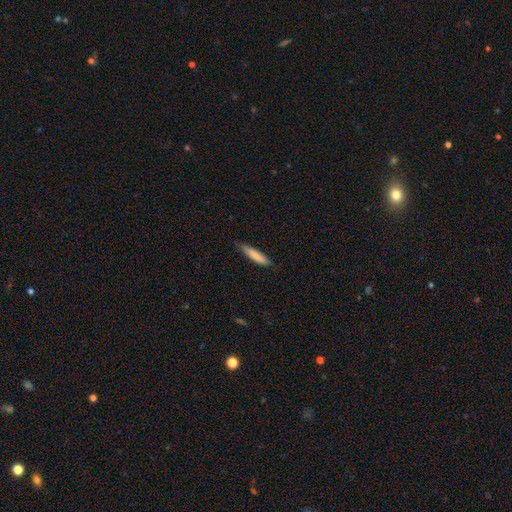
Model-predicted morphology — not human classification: smooth-or-featured: smooth: 81% | featured or disk: 14% | star or artifact: 6%
  how-rounded: cigar-shaped: 85% | in between: 14% | round: 1%
  merging: none: 75% | minor disturbance: 21% | major disturbance: 3% | merger: 1%